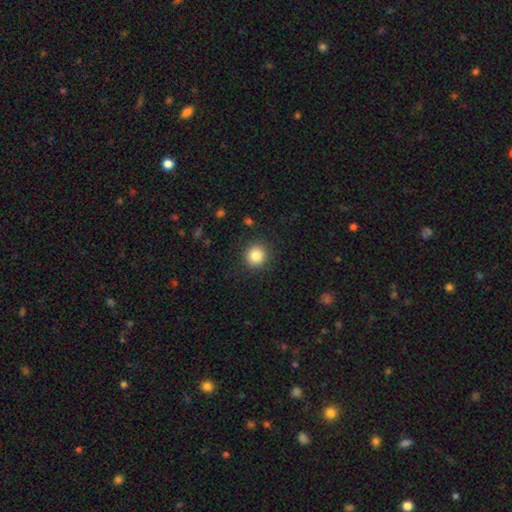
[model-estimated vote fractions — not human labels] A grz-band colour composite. It shows a smooth galaxy with no disk features (85%) that is round (90%). Merging: none (90%).